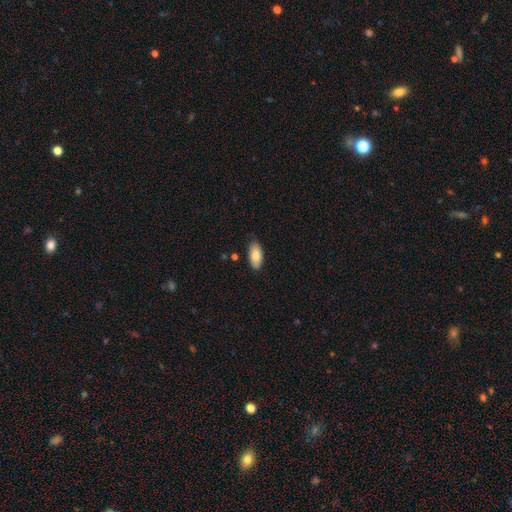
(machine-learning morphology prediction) The model was most divided on "merging": none: 82%, minor disturbance: 14%, major disturbance: 2%, merger: 1%. More confident: how rounded — in between (93%); smooth or featured — smooth (83%).